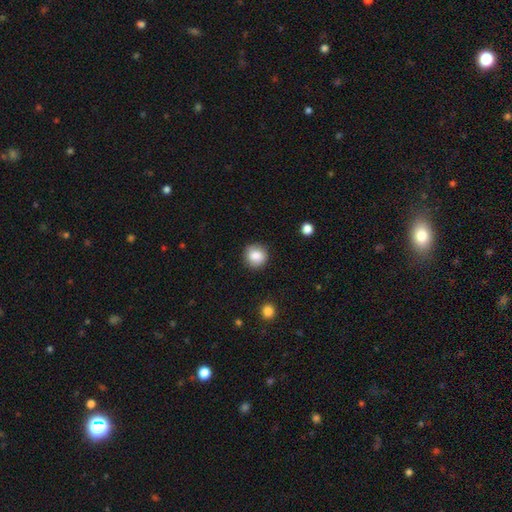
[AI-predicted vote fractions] smooth 85%, star or artifact 9%, featured or disk 7%. Down the decision tree: how rounded — round (90%); merging — none (88%).